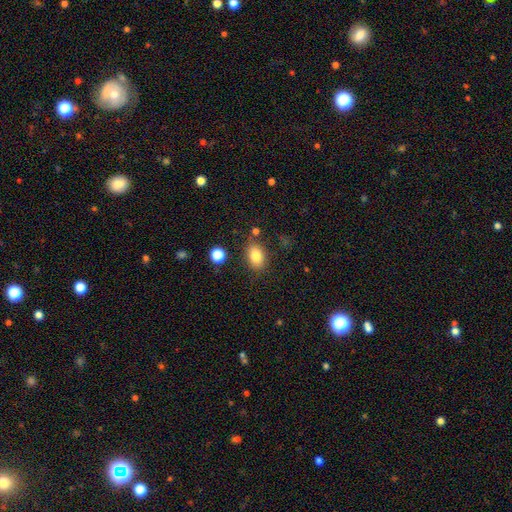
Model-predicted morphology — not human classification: A smooth galaxy with no disk features (84%) that is in between round and cigar-shaped (79%). Merging: none (81%).